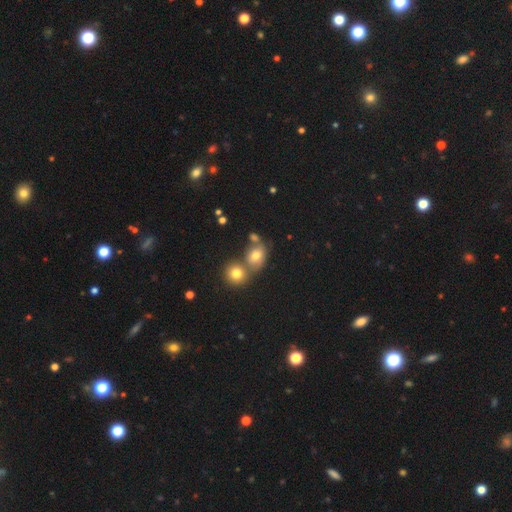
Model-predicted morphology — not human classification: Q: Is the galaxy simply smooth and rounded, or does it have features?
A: smooth — 71%.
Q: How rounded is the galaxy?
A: in between — 49%, tied with round.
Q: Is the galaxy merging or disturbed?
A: none — 44%.